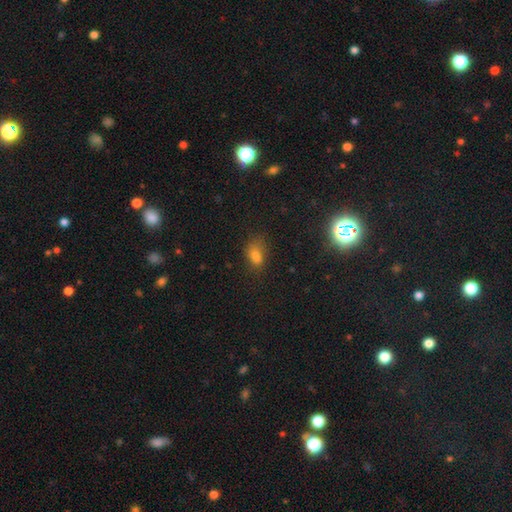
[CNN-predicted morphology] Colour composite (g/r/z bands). It shows a smooth galaxy with no disk features (68%) that is in between round and cigar-shaped (78%). Merging: none (53%).